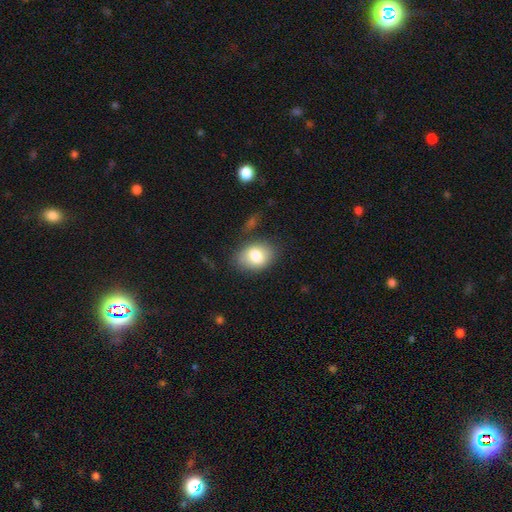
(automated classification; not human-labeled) Smooth or featured: smooth — 79% (featured or disk — 13%)
How rounded: in between — 74% (round — 25%)
Merging: none — 75% (minor disturbance — 17%)